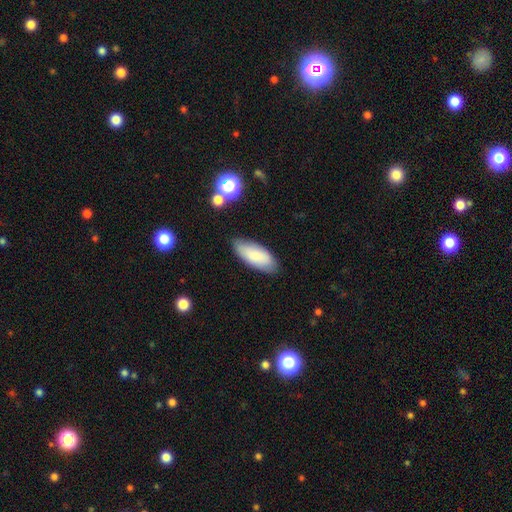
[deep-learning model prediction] A smooth galaxy with no disk features (83%) that is in between round and cigar-shaped (83%). Merging: none (81%).